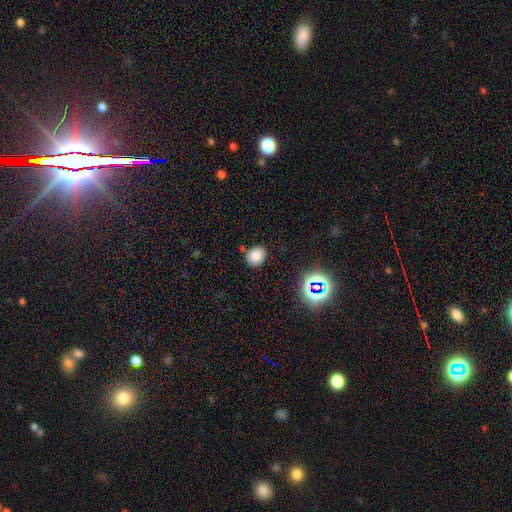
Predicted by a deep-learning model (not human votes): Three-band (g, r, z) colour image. It shows a smooth galaxy with no disk features (79%) that is round (68%). Merging: none (84%).